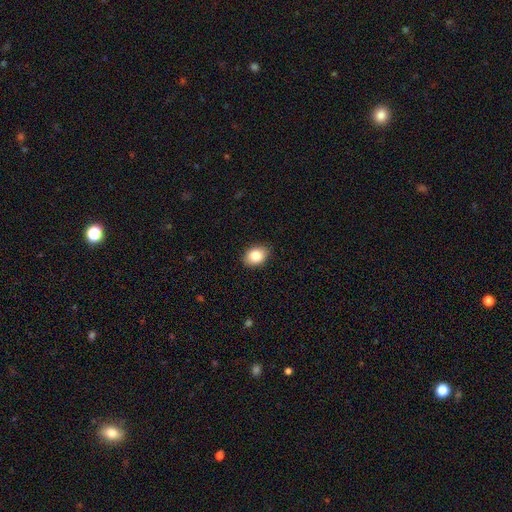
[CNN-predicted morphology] smooth 83%, featured or disk 9%, star or artifact 9%. Down the decision tree: how rounded — in between (72%); merging — none (88%).